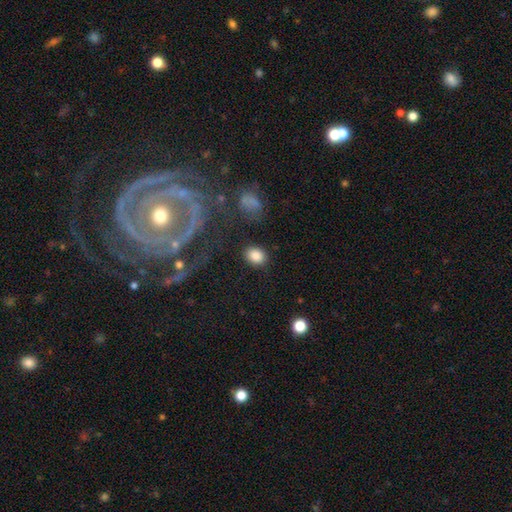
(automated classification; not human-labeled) Smooth or featured? Predicted: smooth (p=0.86). How rounded? Predicted: round (p=0.50). Merging? Predicted: none (p=0.83).